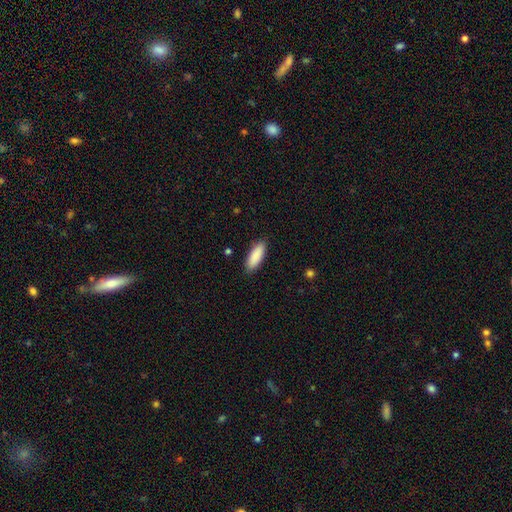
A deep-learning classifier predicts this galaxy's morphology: Smooth or featured?
  - smooth: 90% *
  - star or artifact: 5%
  - featured or disk: 5%
How rounded?
  - in between: 65% *
  - cigar-shaped: 34%
  - round: 2%
Merging?
  - none: 88% *
  - minor disturbance: 9%
  - major disturbance: 2%
  - merger: 1%